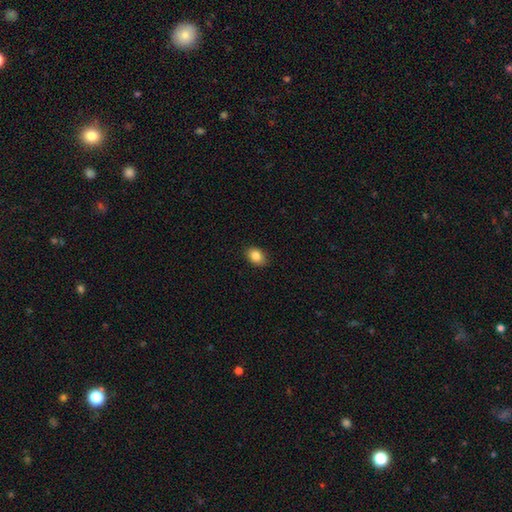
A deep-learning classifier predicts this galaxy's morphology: type=smooth (86%); roundness=in between (76%); merging=none (87%).